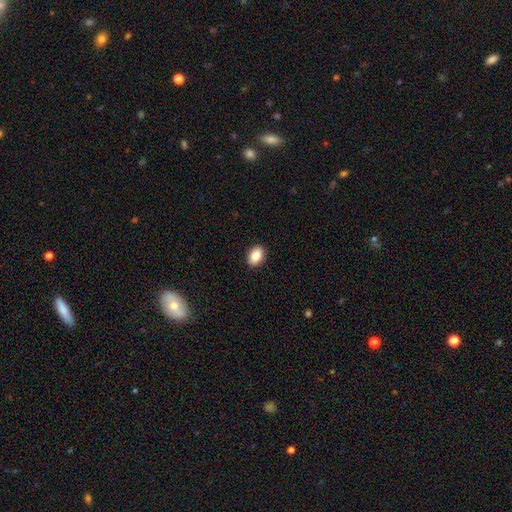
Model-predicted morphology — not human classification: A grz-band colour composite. It shows a smooth galaxy with no disk features (86%) that is in between round and cigar-shaped (81%). Merging: none (91%).